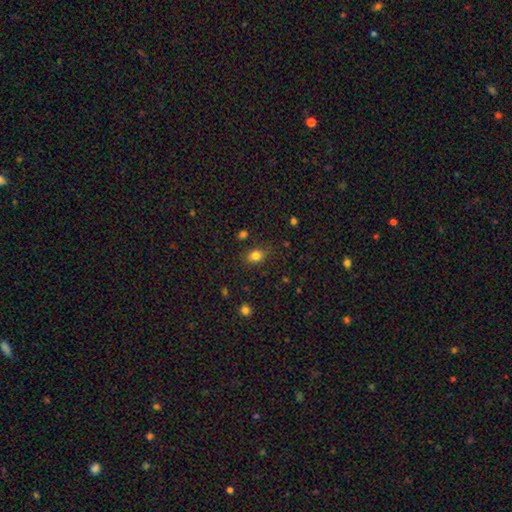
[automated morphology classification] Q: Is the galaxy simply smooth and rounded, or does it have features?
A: smooth — 81%.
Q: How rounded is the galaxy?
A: in between — 59%.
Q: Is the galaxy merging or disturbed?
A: none — 80%.